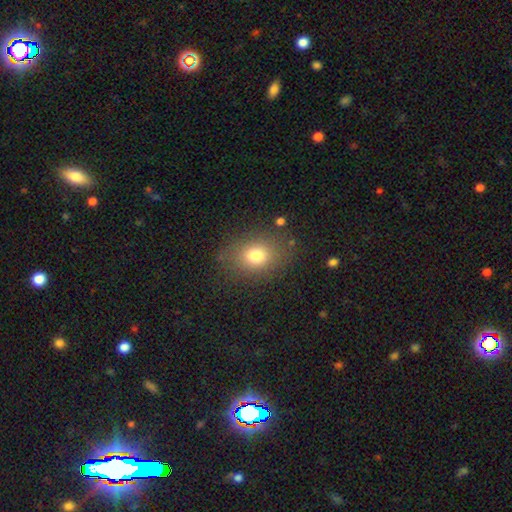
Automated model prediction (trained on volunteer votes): A smooth galaxy with no disk features (75%) that is in between round and cigar-shaped (59%). Merging: none (80%).